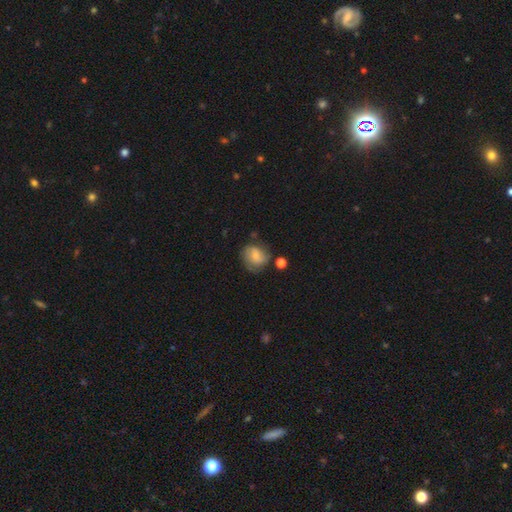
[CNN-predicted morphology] type=smooth (59%); roundness=round (66%); merging=none (60%).